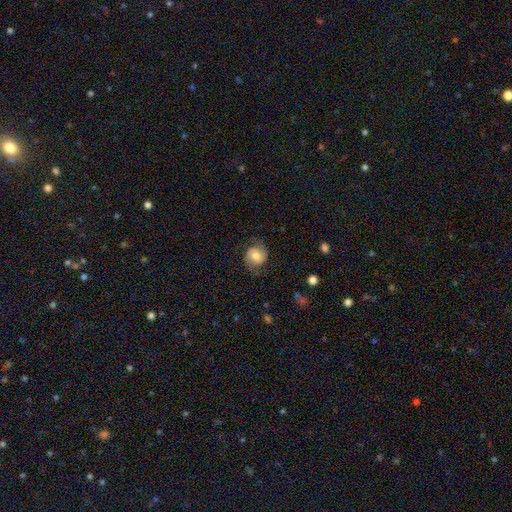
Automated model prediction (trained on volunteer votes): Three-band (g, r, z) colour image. It shows a featured or disk galaxy (59%) with no bar (56%), 2 (88%) medium (47%) spiral arms (91%) and a moderate central bulge (58%). Merging: none (73%).